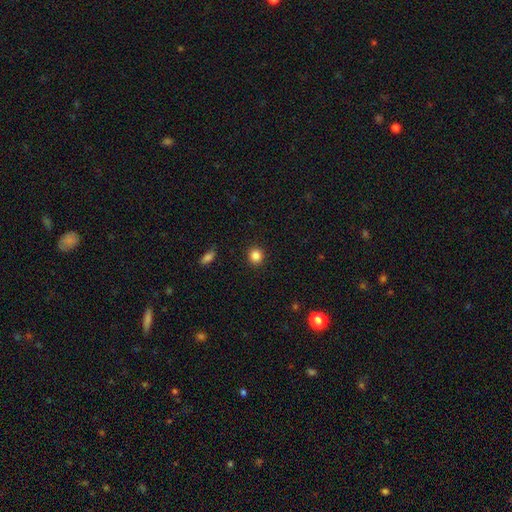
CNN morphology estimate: This appears to be a smooth galaxy with no disk features (85%) that is round (88%). Merging: none (92%).